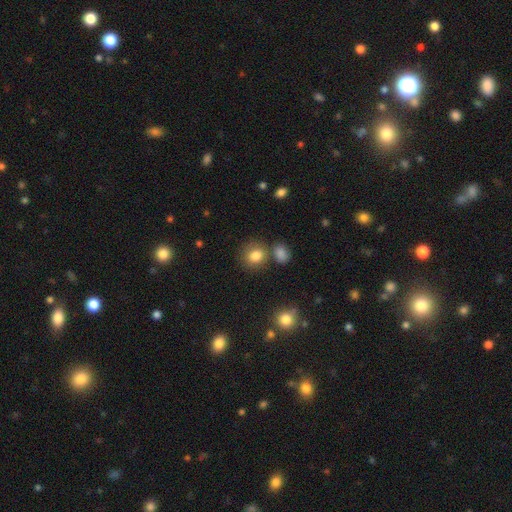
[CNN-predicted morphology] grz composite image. It shows a smooth galaxy with no disk features (82%) that is round (71%). Merging: none (69%).